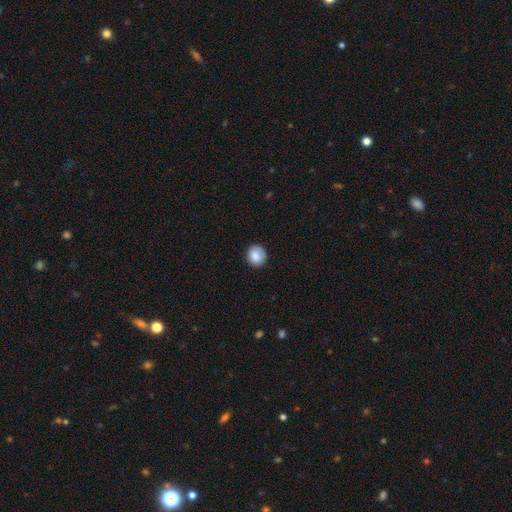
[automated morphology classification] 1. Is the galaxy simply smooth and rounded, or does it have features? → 87% smooth, 8% star or artifact, 5% featured or disk.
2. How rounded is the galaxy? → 90% round, 9% in between, 1% cigar-shaped.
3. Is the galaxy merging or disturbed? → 86% none, 11% minor disturbance, 2% major disturbance, 1% merger.